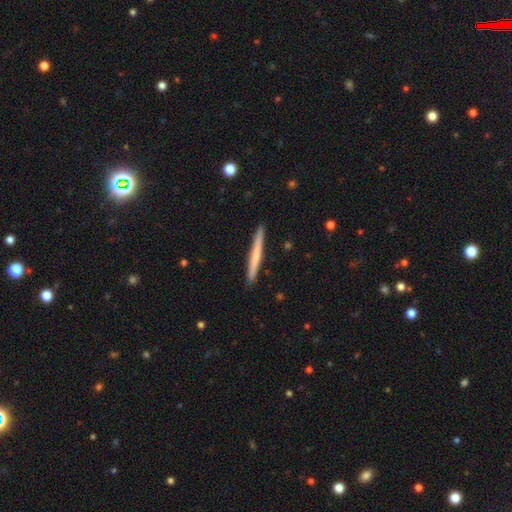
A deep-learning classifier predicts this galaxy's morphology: This appears to be a smooth galaxy with no disk features (55%) that is cigar-shaped (97%). Merging: none (92%).